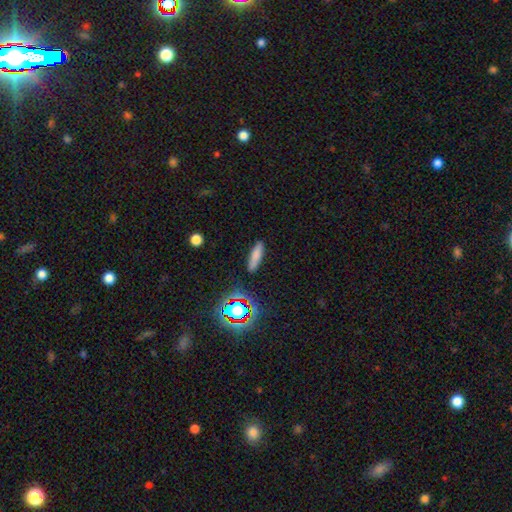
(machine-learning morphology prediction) type=smooth (77%); roundness=cigar-shaped (70%); merging=none (86%).